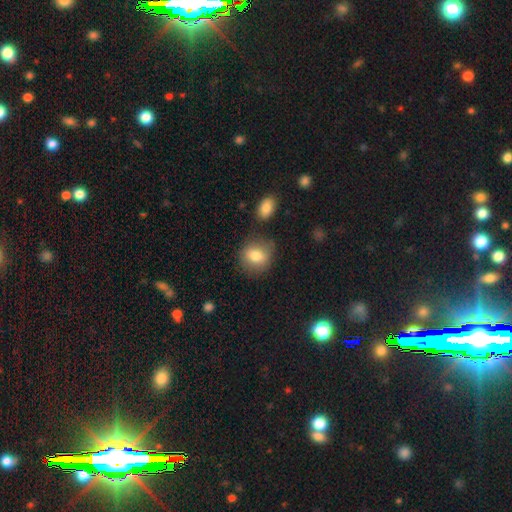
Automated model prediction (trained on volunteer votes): smooth 79%, featured or disk 12%, star or artifact 8%. Down the decision tree: how rounded — round (69%); merging — none (73%).